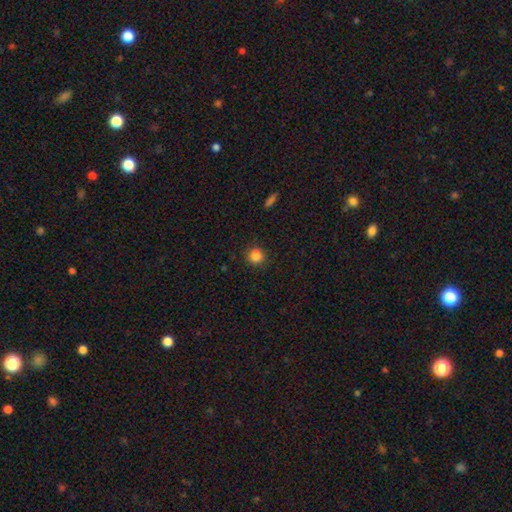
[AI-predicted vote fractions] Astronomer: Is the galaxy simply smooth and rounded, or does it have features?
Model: smooth — 85%.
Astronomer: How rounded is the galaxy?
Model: round — 90%.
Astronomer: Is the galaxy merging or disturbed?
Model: none — 88%.